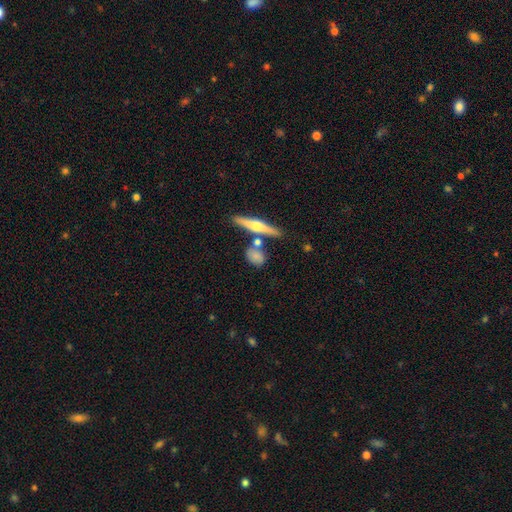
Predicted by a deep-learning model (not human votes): The model was most divided on "how rounded": in between: 42%, round: 41%, cigar-shaped: 17%. More confident: smooth or featured — smooth (68%); merging — none (63%).